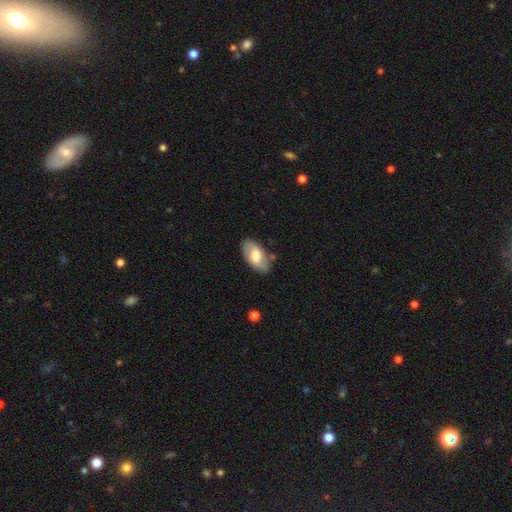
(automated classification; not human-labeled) Overall: smooth (65%; featured or disk 30%). How rounded: in between (95%). Merging: none (78%).